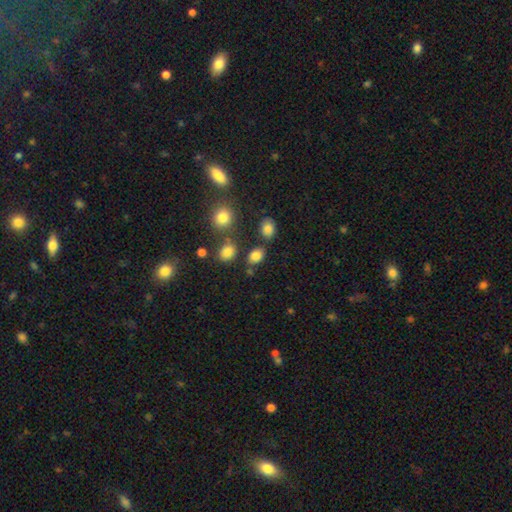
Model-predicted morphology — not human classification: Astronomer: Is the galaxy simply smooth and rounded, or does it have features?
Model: smooth — 82%.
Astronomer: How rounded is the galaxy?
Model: in between — 70%.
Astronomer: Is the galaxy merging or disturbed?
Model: none — 73%.